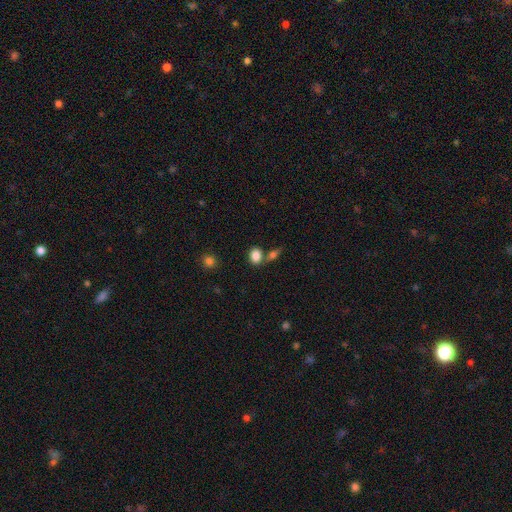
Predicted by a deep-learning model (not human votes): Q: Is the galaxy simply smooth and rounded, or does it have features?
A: smooth — 85%.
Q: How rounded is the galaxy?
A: in between — 67%.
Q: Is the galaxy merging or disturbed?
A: none — 57%.